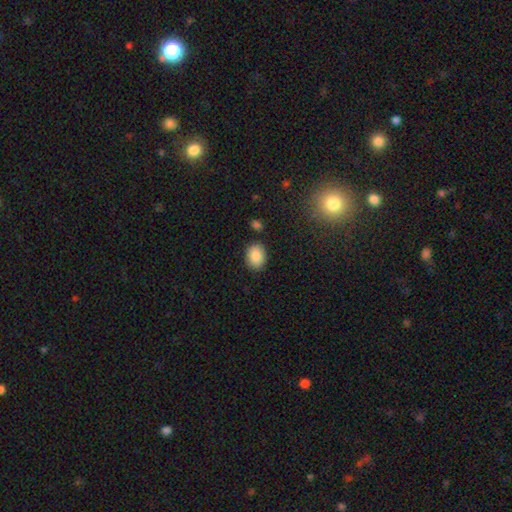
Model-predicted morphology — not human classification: smooth 86%, star or artifact 8%, featured or disk 6%. Down the decision tree: how rounded — in between (69%); merging — none (85%).